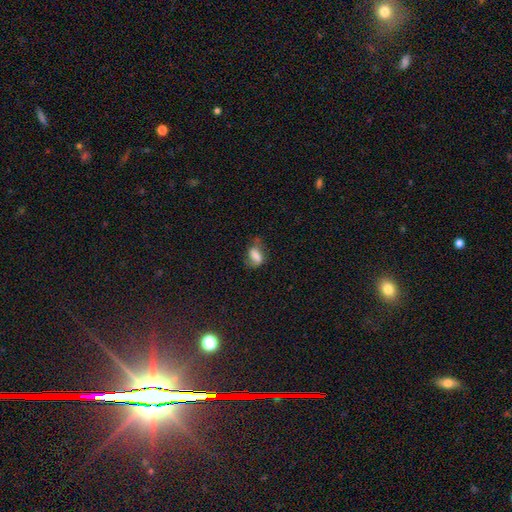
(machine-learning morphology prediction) type=smooth (63%); roundness=in between (83%); merging=none (40%).